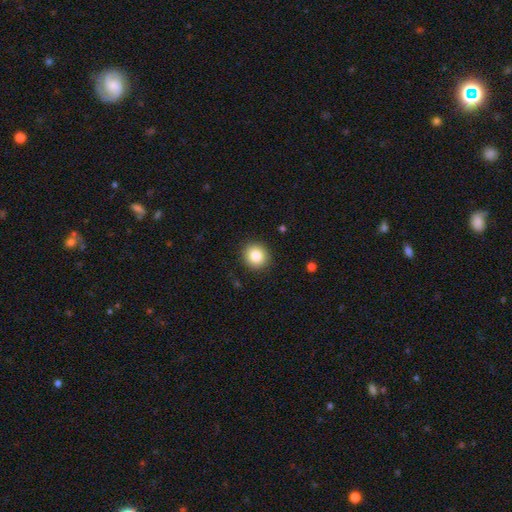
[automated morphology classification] smooth_or_featured: smooth (p=0.84) [alt: star or artifact p=0.09]
how_rounded: round (p=0.84) [alt: in between p=0.15]
merging: none (p=0.90) [alt: minor disturbance p=0.07]